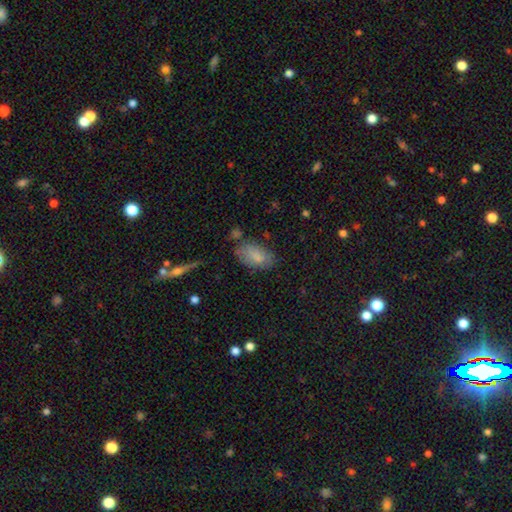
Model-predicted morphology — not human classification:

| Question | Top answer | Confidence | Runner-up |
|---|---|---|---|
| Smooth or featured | smooth | 80% | featured or disk (13%) |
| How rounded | in between | 93% | round (4%) |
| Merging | none | 66% | minor disturbance (23%) |